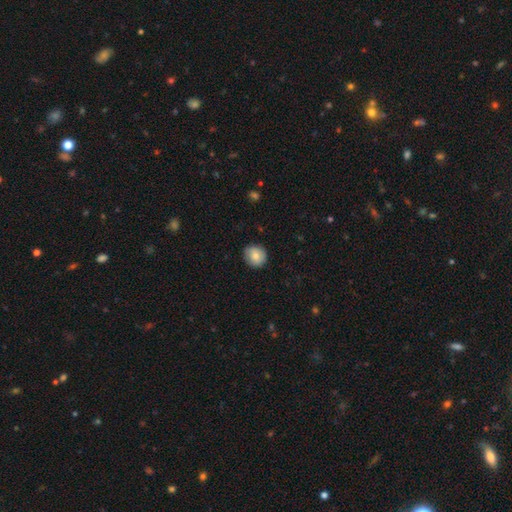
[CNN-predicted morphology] smooth 79%, featured or disk 13%, star or artifact 8%. Down the decision tree: how rounded — round (88%); merging — none (85%).